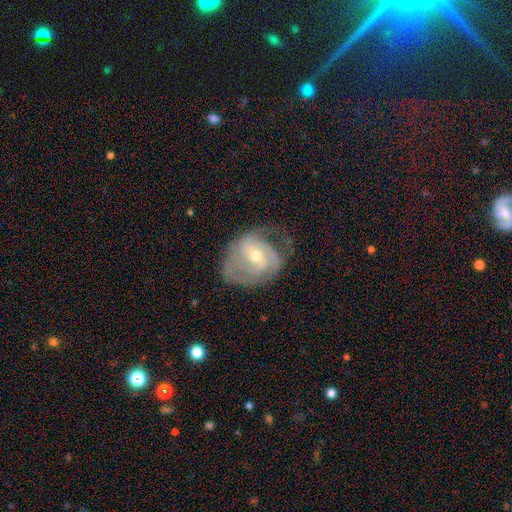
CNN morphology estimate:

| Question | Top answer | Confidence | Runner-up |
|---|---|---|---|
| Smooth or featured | featured or disk | 79% | smooth (14%) |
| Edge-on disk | no | 97% | yes (3%) |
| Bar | weak | 43% | no (42%) |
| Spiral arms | yes | 90% | no (10%) |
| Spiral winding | medium | 43% | tight (35%) |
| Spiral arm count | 2 | 52% | can't tell (22%) |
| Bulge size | moderate | 49% | small (47%) |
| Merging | none | 51% | minor disturbance (27%) |